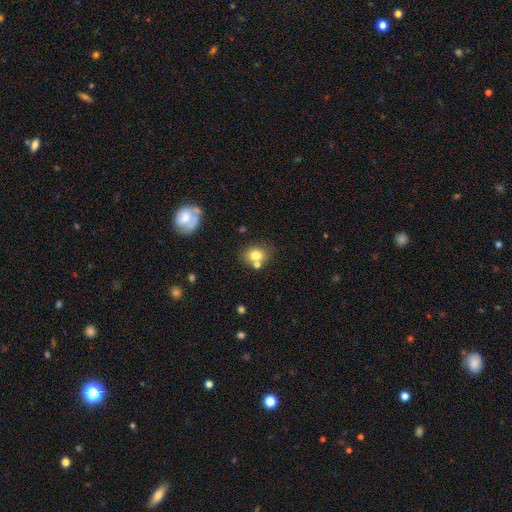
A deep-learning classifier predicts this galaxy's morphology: Smooth or featured: smooth — 77% (featured or disk — 12%)
How rounded: round — 55% (in between — 44%)
Merging: none — 62% (merger — 20%)